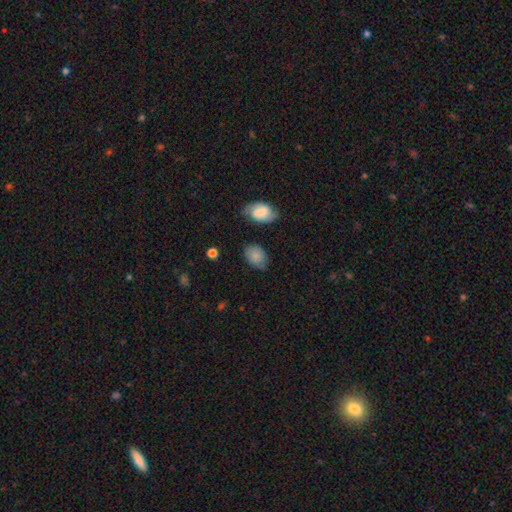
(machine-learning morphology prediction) type=smooth (80%); roundness=in between (78%); merging=none (70%).